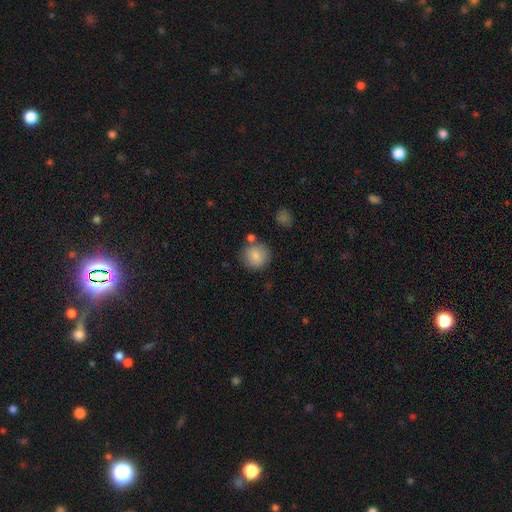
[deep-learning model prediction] Morphology: type=smooth (84%); roundness=round (92%); merging=none (77%).